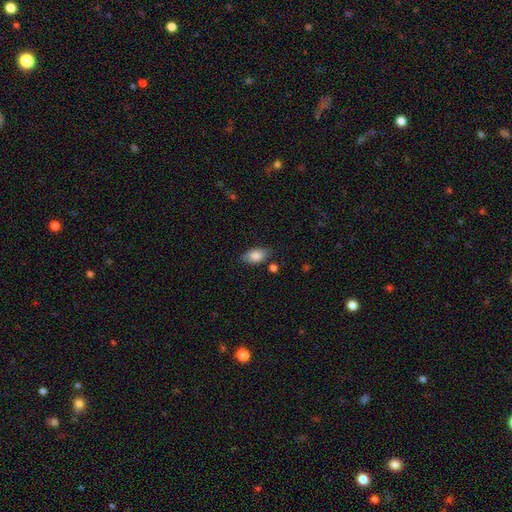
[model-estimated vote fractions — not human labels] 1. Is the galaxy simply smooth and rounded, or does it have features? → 82% smooth, 11% featured or disk, 7% star or artifact.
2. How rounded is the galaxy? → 90% in between, 6% round, 4% cigar-shaped.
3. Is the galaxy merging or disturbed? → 74% none, 18% minor disturbance, 4% merger, 4% major disturbance.